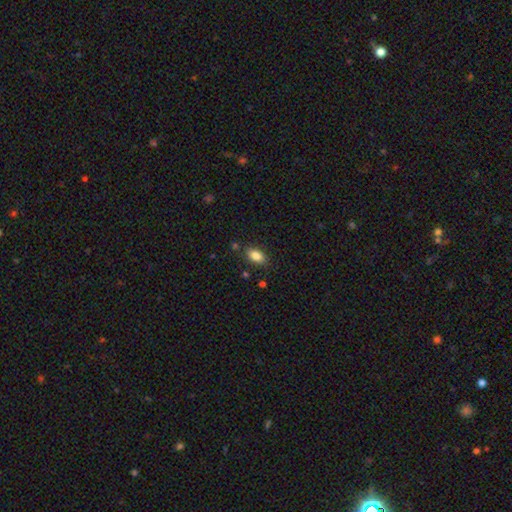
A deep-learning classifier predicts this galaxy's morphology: A smooth galaxy with no disk features (85%) that is in between round and cigar-shaped (89%). Merging: none (83%).